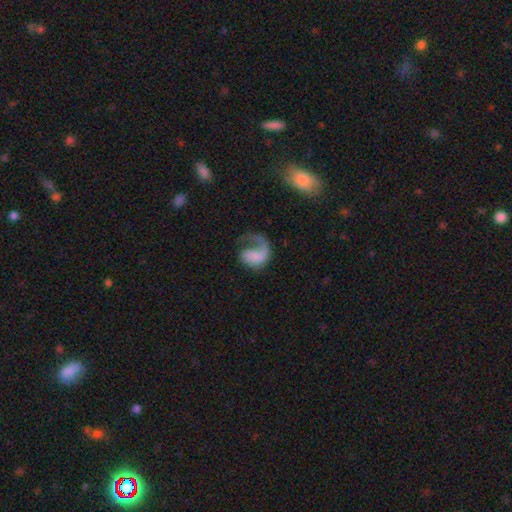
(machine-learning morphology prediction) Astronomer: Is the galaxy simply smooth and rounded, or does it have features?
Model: featured or disk — 61%.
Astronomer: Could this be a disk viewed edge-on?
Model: no — 98%.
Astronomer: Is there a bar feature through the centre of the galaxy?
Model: no — 68%.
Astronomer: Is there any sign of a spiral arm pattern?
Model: yes — 85%.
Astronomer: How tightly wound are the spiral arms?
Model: loose — 59%.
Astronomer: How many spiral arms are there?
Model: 1 — 88%.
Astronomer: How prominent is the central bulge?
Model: none — 53%.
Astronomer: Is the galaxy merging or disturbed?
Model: major disturbance — 52% (runner-up: none, 29%).